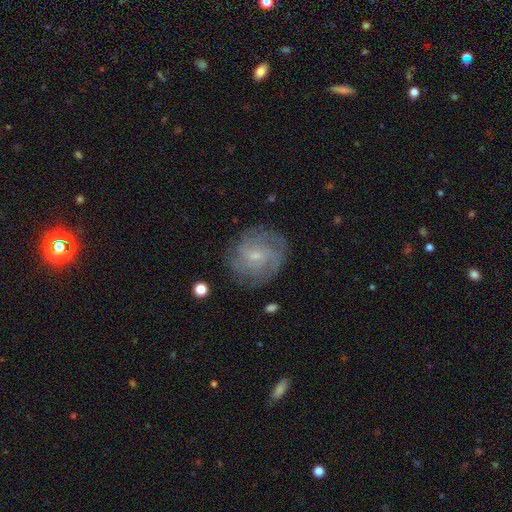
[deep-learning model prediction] A featured or disk galaxy (74%) with no bar (50%), tight (54%) spiral arms (93%) and a small central bulge (73%).

Vote fractions:
- Smooth or featured? featured or disk: 74% / smooth: 17% / star or artifact: 10%
- Edge-on disk? no: 97% / yes: 3%
- Bar? no: 50% / weak: 43% / strong: 7%
- Spiral arms? yes: 93% / no: 7%
- Spiral winding? tight: 54% / medium: 35% / loose: 11%
- Spiral arm count? can't tell: 34% / 3: 20% / 4: 18% / 2: 16% / more than 4: 7% / 1: 6%
- Bulge size? small: 73% / moderate: 20% / none: 5% / large: 1% / dominant: 1%
- Merging? none: 80% / minor disturbance: 13% / major disturbance: 5% / merger: 1%